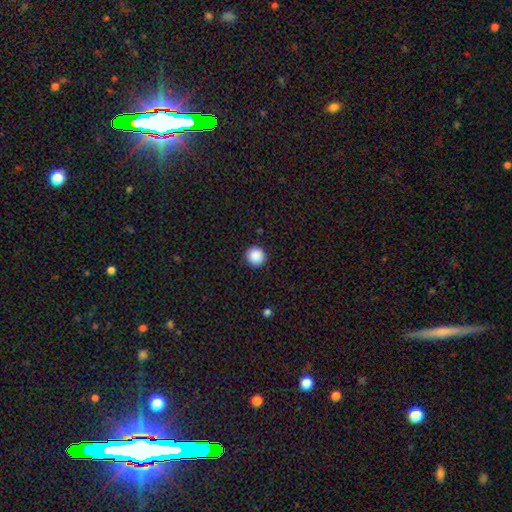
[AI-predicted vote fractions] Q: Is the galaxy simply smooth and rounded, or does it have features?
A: smooth — 89%.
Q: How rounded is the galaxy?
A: round — 95%.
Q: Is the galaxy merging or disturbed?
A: none — 93%.